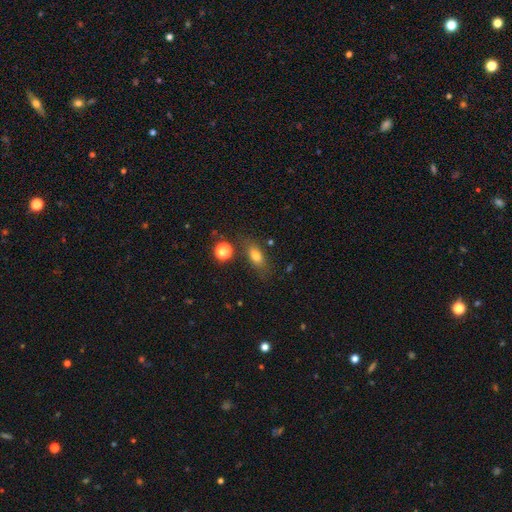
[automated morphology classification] Q: Smooth or featured?
A: smooth (75%); runner-up: featured or disk (13%)
Q: How rounded?
A: in between (75%); runner-up: cigar-shaped (16%)
Q: Merging?
A: none (73%); runner-up: minor disturbance (15%)